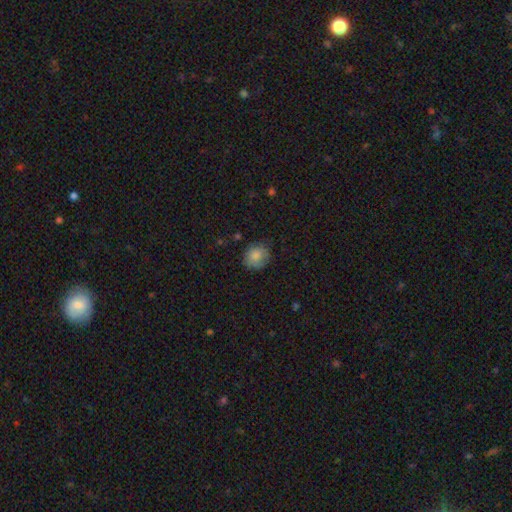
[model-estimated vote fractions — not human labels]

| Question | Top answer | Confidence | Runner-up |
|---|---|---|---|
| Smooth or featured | smooth | 83% | featured or disk (9%) |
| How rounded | round | 72% | in between (27%) |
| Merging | none | 74% | minor disturbance (20%) |